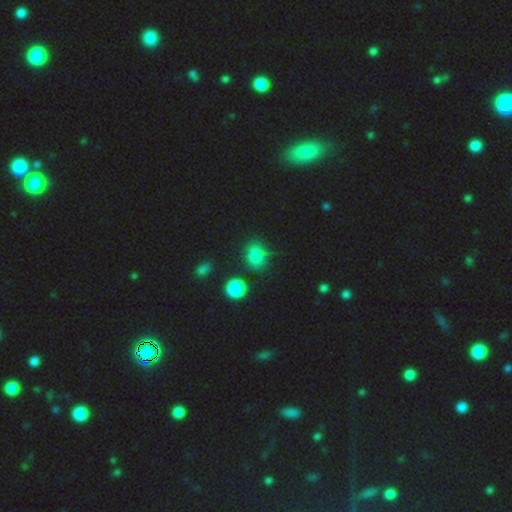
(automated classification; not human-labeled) Q: Smooth or featured?
A: smooth (77%); runner-up: star or artifact (16%)
Q: How rounded?
A: round (58%); runner-up: in between (40%)
Q: Merging?
A: none (76%); runner-up: minor disturbance (15%)